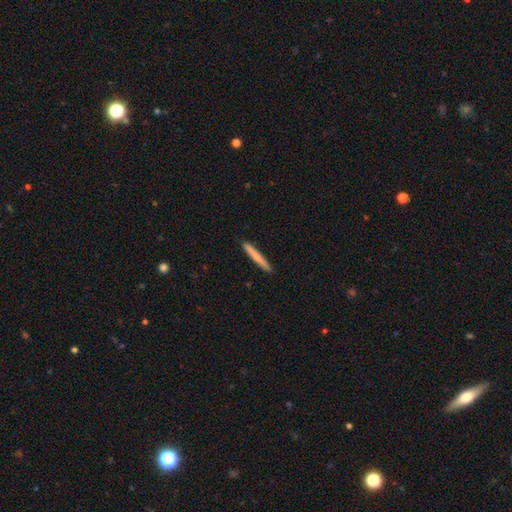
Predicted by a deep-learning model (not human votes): Q: Smooth or featured?
A: smooth (74%); runner-up: featured or disk (20%)
Q: How rounded?
A: cigar-shaped (97%); runner-up: in between (2%)
Q: Merging?
A: none (92%); runner-up: minor disturbance (5%)